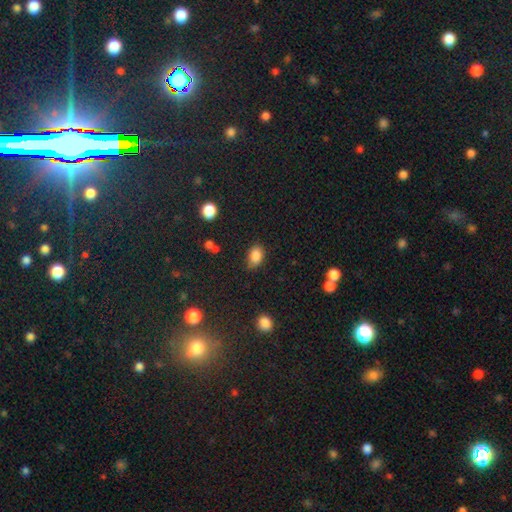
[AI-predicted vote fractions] smooth-or-featured: smooth: 85% | star or artifact: 9% | featured or disk: 6%
  how-rounded: in between: 82% | round: 17% | cigar-shaped: 2%
  merging: none: 68% | minor disturbance: 25% | major disturbance: 5% | merger: 3%